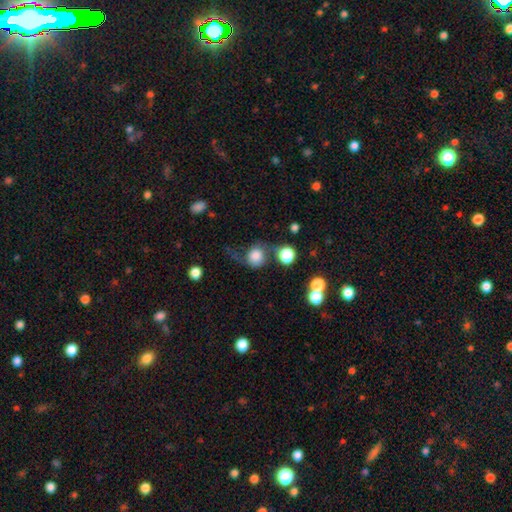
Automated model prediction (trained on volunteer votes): smooth-or-featured: smooth: 73% | featured or disk: 17% | star or artifact: 9%
  how-rounded: round: 84% | in between: 15% | cigar-shaped: 1%
  merging: none: 41% | major disturbance: 25% | minor disturbance: 22% | merger: 12%